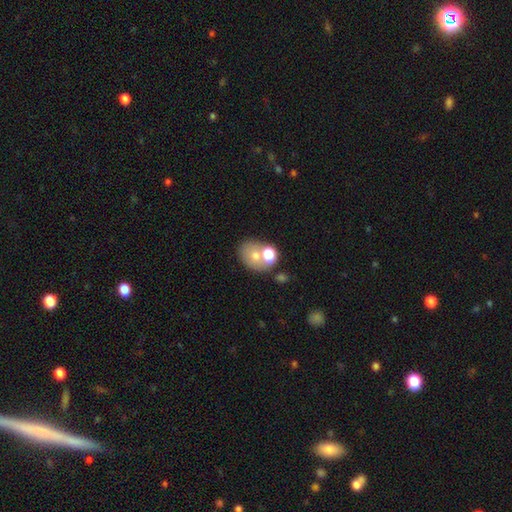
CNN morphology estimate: Q: Smooth or featured?
A: smooth (67%); runner-up: featured or disk (22%)
Q: How rounded?
A: in between (53%); runner-up: round (46%)
Q: Merging?
A: merger (43%); runner-up: none (41%)